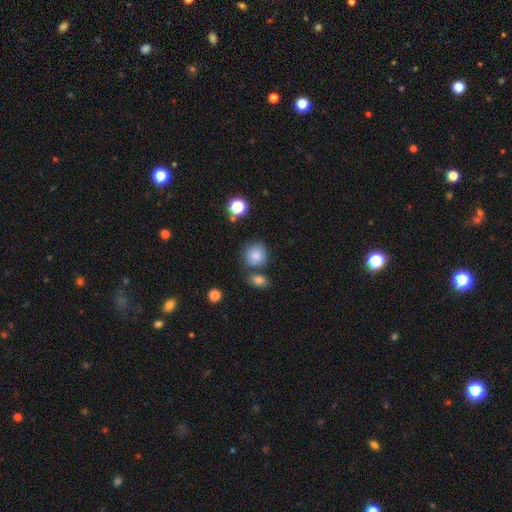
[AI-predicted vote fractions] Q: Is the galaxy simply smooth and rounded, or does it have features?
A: smooth — 83%.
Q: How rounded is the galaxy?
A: round — 84%.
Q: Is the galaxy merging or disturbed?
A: none — 70%.